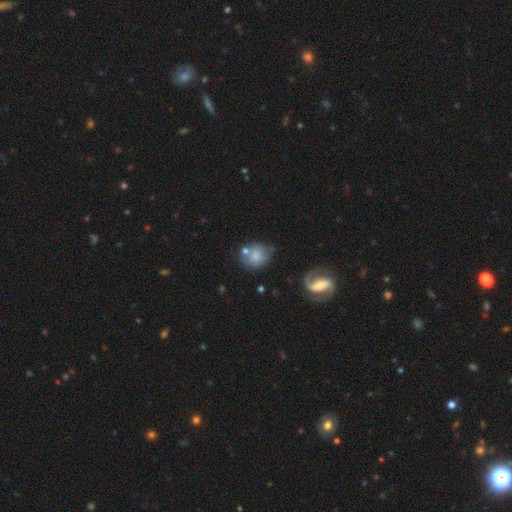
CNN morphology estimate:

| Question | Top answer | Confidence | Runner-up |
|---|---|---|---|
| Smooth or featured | smooth | 71% | featured or disk (20%) |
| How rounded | round | 76% | in between (22%) |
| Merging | none | 56% | minor disturbance (20%) |